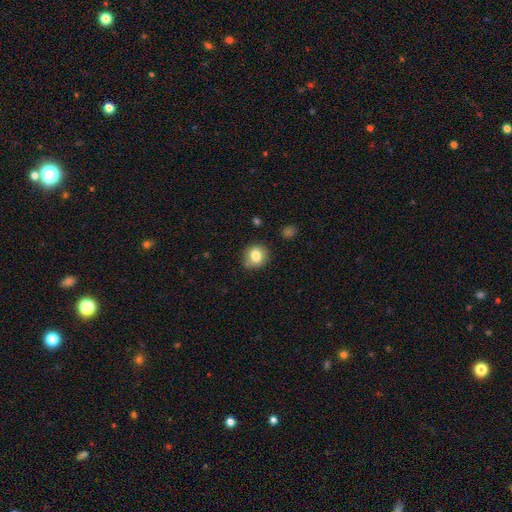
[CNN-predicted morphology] A smooth galaxy with no disk features (82%) that is round (76%). Merging: none (80%).